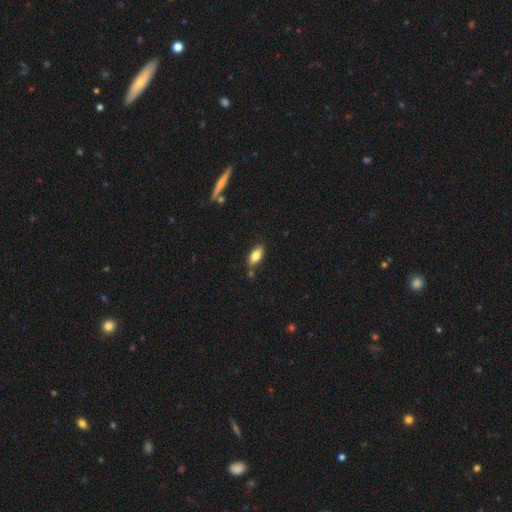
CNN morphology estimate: This is likely a smooth galaxy (79%). How rounded: clearly in between (85%). Merging: likely none (77%).